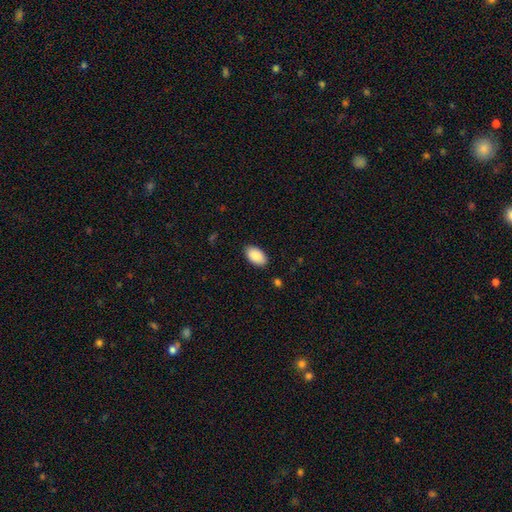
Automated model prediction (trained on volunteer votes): Smooth or featured?
  - smooth: 89% *
  - star or artifact: 6%
  - featured or disk: 5%
How rounded?
  - in between: 95% *
  - round: 4%
  - cigar-shaped: 1%
Merging?
  - none: 88% *
  - minor disturbance: 9%
  - major disturbance: 2%
  - merger: 1%